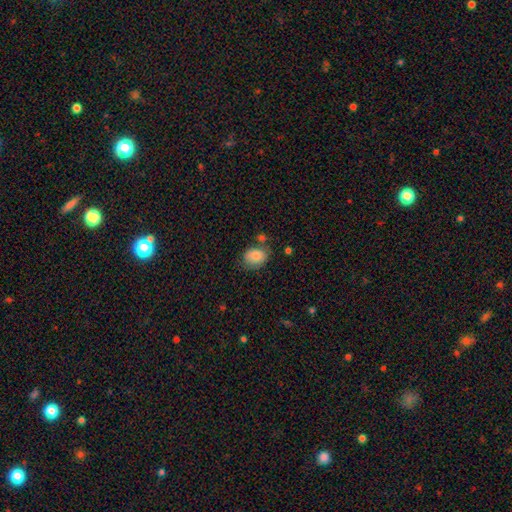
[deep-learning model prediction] Morphology: type=smooth (82%); roundness=in between (61%); merging=none (63%).